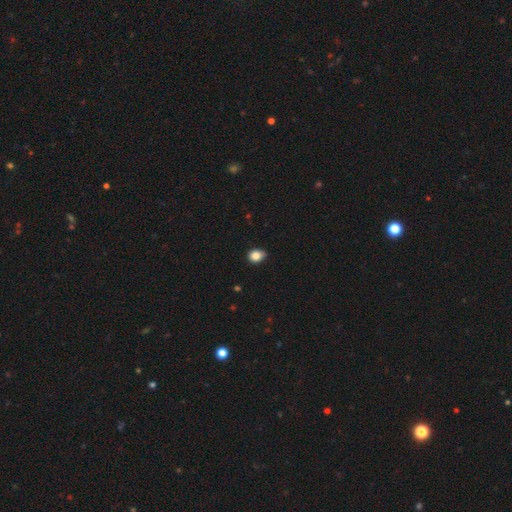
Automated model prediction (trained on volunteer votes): Q: Smooth or featured?
A: smooth (84%); runner-up: star or artifact (10%)
Q: How rounded?
A: round (56%); runner-up: in between (43%)
Q: Merging?
A: none (69%); runner-up: minor disturbance (26%)